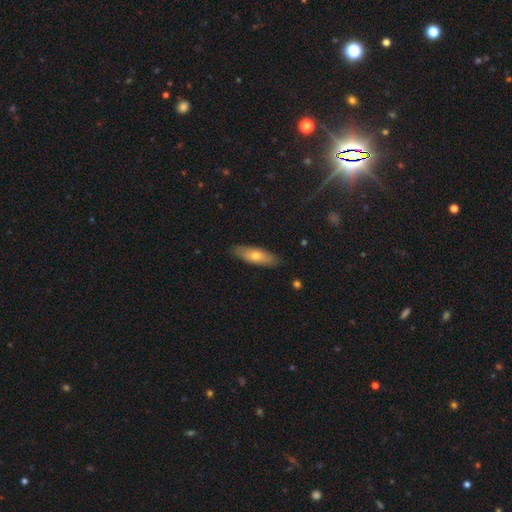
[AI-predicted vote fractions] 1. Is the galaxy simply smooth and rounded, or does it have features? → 66% smooth, 28% featured or disk, 6% star or artifact.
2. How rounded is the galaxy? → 60% in between, 38% cigar-shaped, 2% round.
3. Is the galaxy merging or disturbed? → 86% none, 11% minor disturbance, 2% major disturbance, 1% merger.